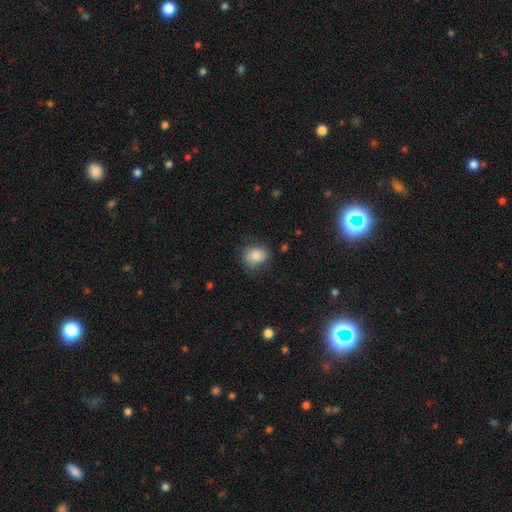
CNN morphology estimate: Smooth or featured? Predicted: smooth (p=0.81). How rounded? Predicted: round (p=0.52). Merging? Predicted: none (p=0.68).